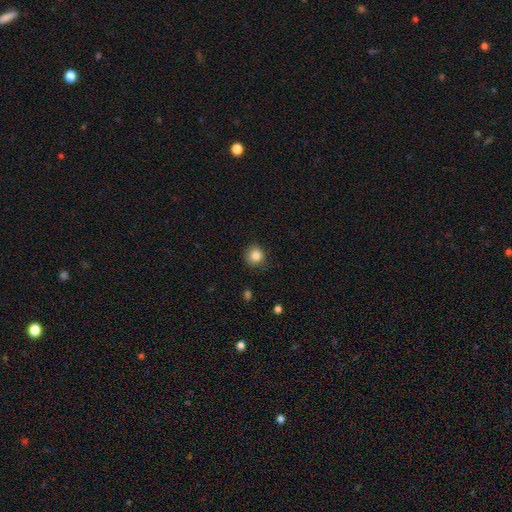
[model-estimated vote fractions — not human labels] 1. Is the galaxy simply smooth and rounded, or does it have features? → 85% smooth, 10% star or artifact, 4% featured or disk.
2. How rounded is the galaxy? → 92% round, 7% in between, 1% cigar-shaped.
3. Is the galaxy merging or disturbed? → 87% none, 9% minor disturbance, 2% major disturbance, 1% merger.